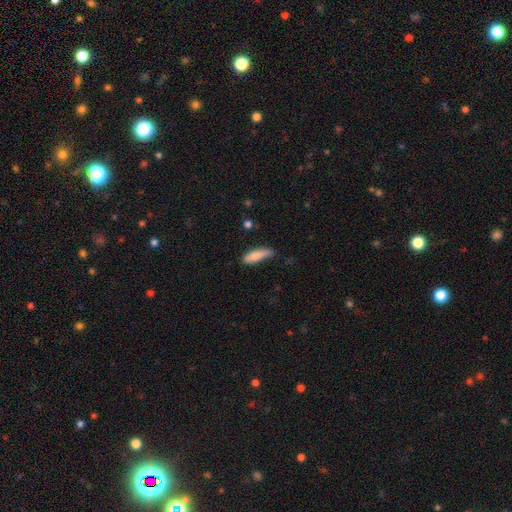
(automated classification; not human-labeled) Smooth or featured? Predicted: smooth (p=0.82). How rounded? Predicted: cigar-shaped (p=0.50). Merging? Predicted: none (p=0.56).